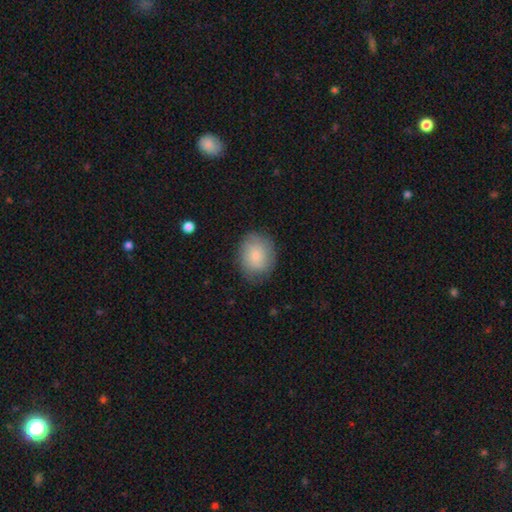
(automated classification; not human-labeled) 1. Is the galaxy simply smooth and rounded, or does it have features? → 78% smooth, 15% featured or disk, 7% star or artifact.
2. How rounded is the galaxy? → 51% round, 48% in between, 1% cigar-shaped.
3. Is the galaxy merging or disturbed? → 77% none, 17% minor disturbance, 5% major disturbance, 1% merger.